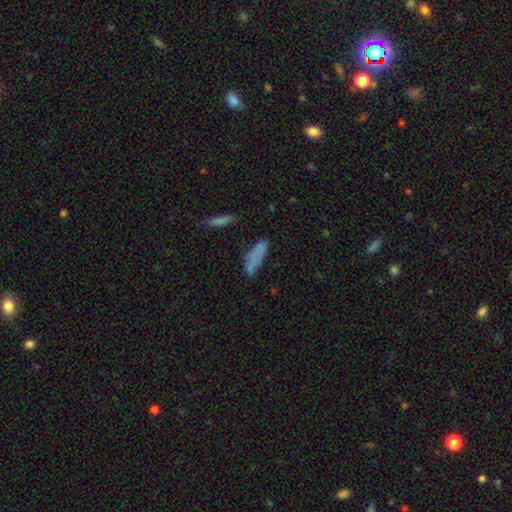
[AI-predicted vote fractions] Morphology: type=smooth (70%); roundness=in between (55%); merging=none (54%).